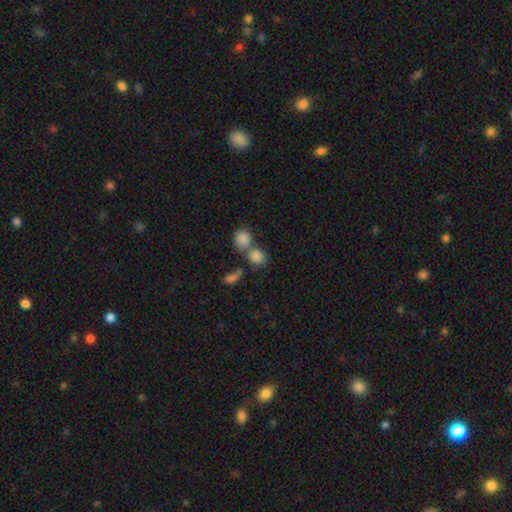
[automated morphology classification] smooth-or-featured: smooth: 82% | star or artifact: 10% | featured or disk: 8%
  how-rounded: round: 67% | in between: 31% | cigar-shaped: 2%
  merging: merger: 52% | none: 36% | minor disturbance: 8% | major disturbance: 4%